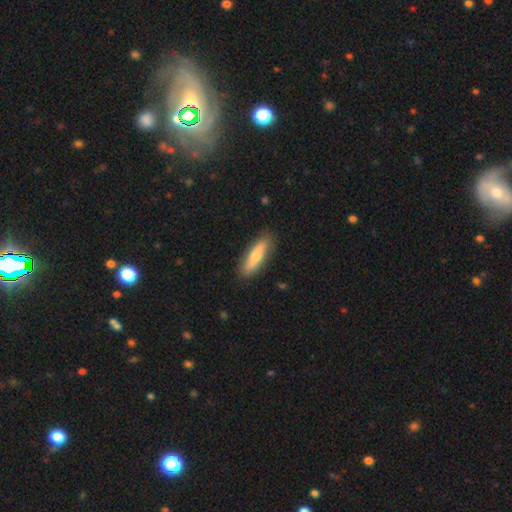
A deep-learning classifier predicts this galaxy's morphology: A smooth galaxy with no disk features (75%) that is cigar-shaped (60%). Merging: none (86%).